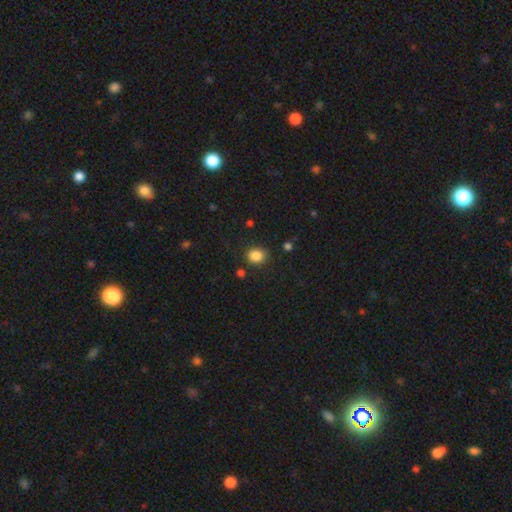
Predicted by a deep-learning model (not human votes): smooth-or-featured: smooth: 86% | star or artifact: 11% | featured or disk: 4%
  how-rounded: round: 63% | in between: 36% | cigar-shaped: 1%
  merging: none: 84% | minor disturbance: 11% | major disturbance: 3% | merger: 3%